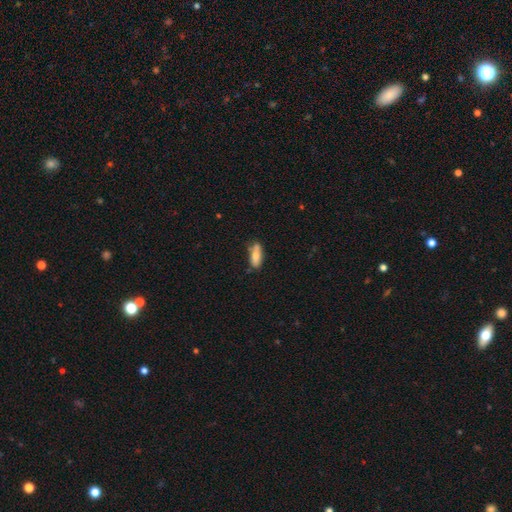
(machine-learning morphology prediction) Smooth or featured?
  - smooth: 76% *
  - featured or disk: 17%
  - star or artifact: 7%
How rounded?
  - in between: 65% *
  - cigar-shaped: 32%
  - round: 2%
Merging?
  - none: 59% *
  - minor disturbance: 23%
  - merger: 12%
  - major disturbance: 5%